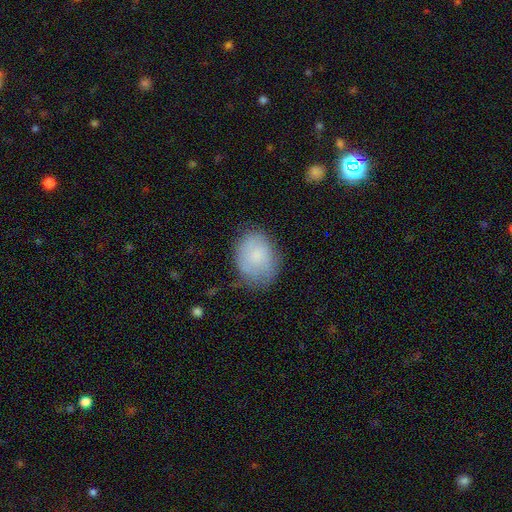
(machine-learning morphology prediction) A smooth galaxy with no disk features (75%) that is in between round and cigar-shaped (65%).

Vote fractions:
- Smooth or featured? smooth: 75% / featured or disk: 17% / star or artifact: 8%
- How rounded? in between: 65% / round: 34% / cigar-shaped: 1%
- Merging? none: 63% / minor disturbance: 27% / major disturbance: 8% / merger: 2%